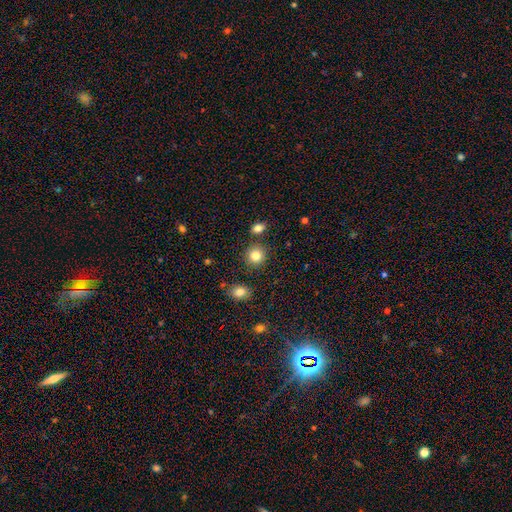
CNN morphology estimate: Smooth or featured: smooth — 83% (star or artifact — 10%)
How rounded: round — 88% (in between — 11%)
Merging: none — 85% (minor disturbance — 7%)